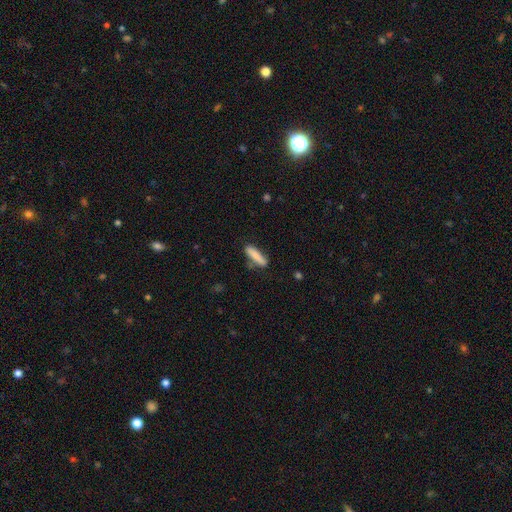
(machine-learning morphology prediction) smooth 81%, featured or disk 13%, star or artifact 6%. Down the decision tree: how rounded — cigar-shaped (77%); merging — none (76%).